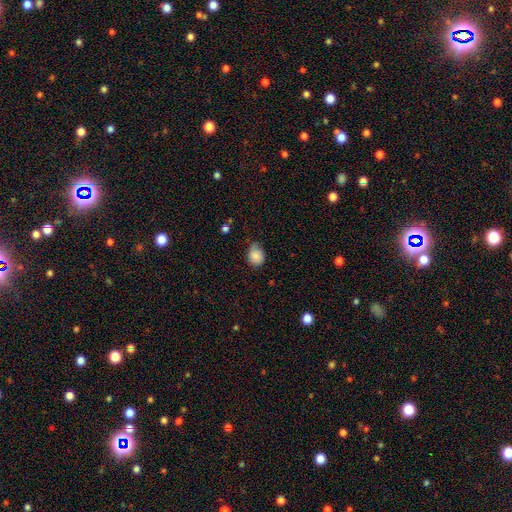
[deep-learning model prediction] smooth 85%, star or artifact 9%, featured or disk 7%. Down the decision tree: how rounded — round (61%); merging — none (60%).